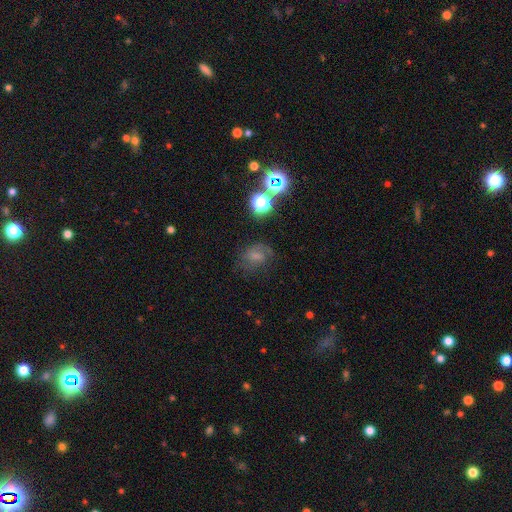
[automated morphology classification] smooth-or-featured: smooth: 48% | featured or disk: 30% | star or artifact: 22%
  merging: none: 56% | minor disturbance: 23% | major disturbance: 18% | merger: 3%